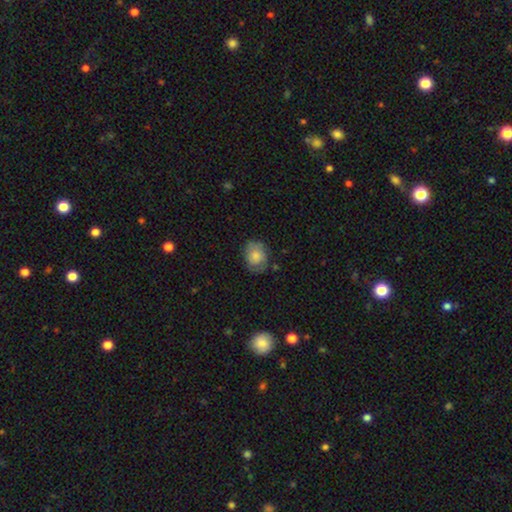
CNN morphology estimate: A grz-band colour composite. It shows a smooth galaxy with no disk features (64%) that is in between round and cigar-shaped (53%). Merging: none (70%).